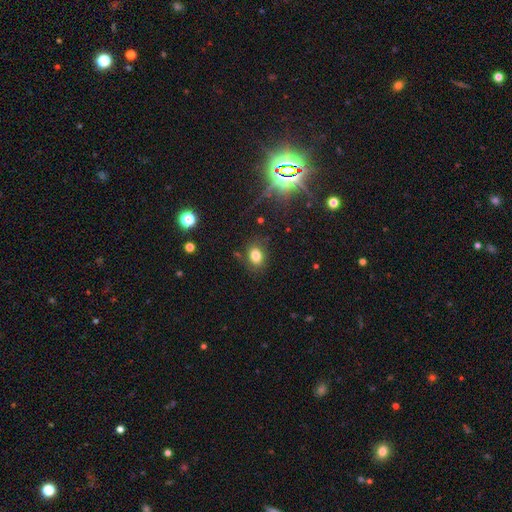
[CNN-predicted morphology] This appears to be a smooth galaxy with no disk features (79%) that is in between round and cigar-shaped (64%). Merging: none (79%).